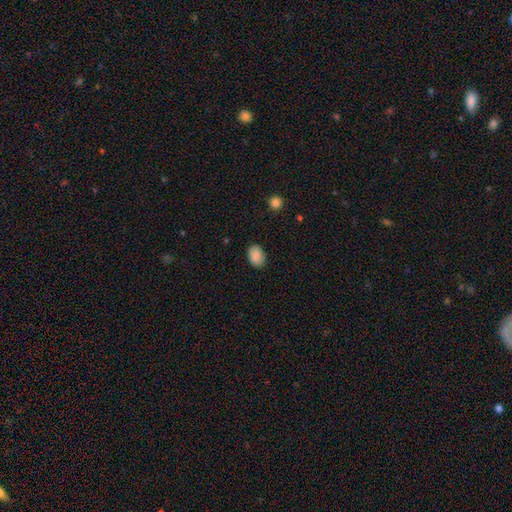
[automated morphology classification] smooth_or_featured: smooth (p=0.87) [alt: star or artifact p=0.07]
how_rounded: in between (p=0.77) [alt: round p=0.22]
merging: none (p=0.85) [alt: minor disturbance p=0.12]